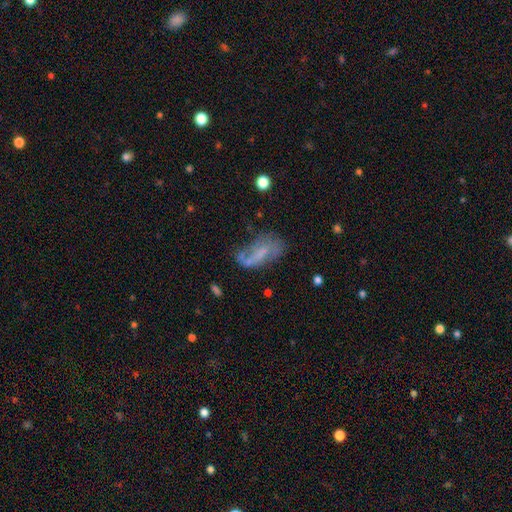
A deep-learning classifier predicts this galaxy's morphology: A featured or disk galaxy (49%).

Vote fractions:
- Smooth or featured? featured or disk: 49% / smooth: 39% / star or artifact: 12%
- Merging? none: 39% / minor disturbance: 27% / major disturbance: 26% / merger: 9%